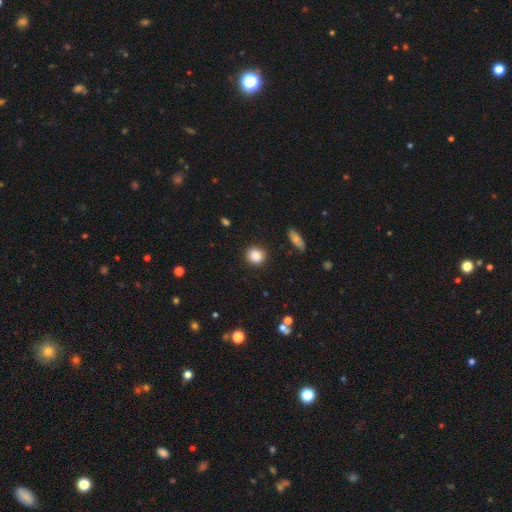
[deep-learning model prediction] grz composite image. It shows a smooth galaxy with no disk features (86%) that is round (86%). Merging: none (91%).